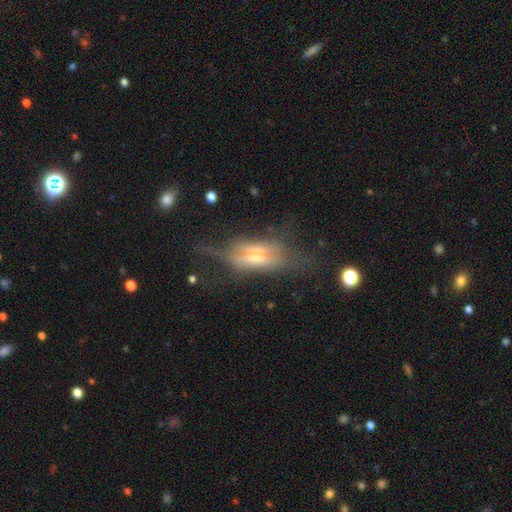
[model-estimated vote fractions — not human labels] Q: Smooth or featured?
A: featured or disk (64%); runner-up: smooth (26%)
Q: Edge-on disk?
A: yes (79%); runner-up: no (21%)
Q: Edge-on bulge?
A: rounded (69%); runner-up: boxy (22%)
Q: Merging?
A: none (48%); runner-up: major disturbance (26%)